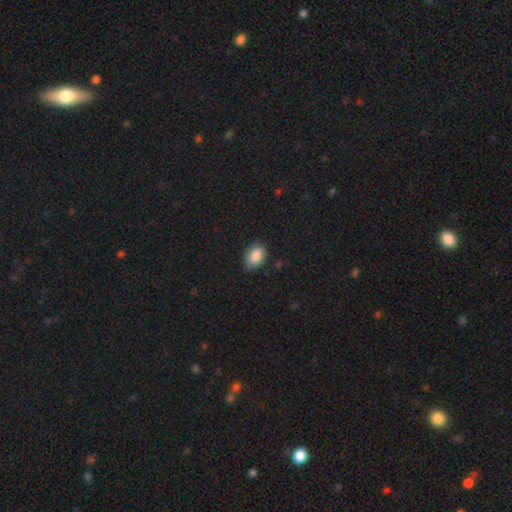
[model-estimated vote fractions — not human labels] Smooth or featured? smooth (87%)
How rounded? in between (81%)
Merging? none (74%)